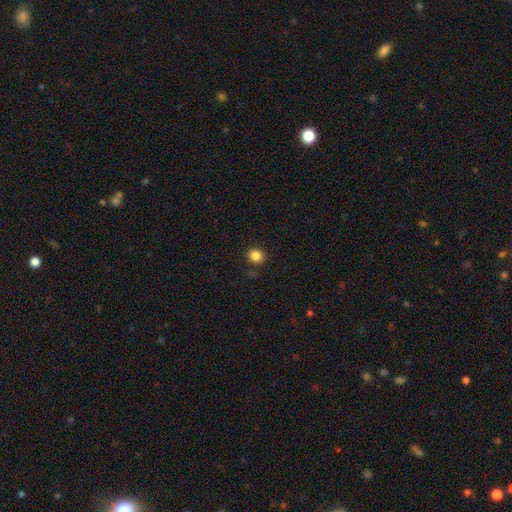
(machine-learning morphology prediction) Q: Smooth or featured?
A: smooth (85%); runner-up: star or artifact (11%)
Q: How rounded?
A: round (84%); runner-up: in between (15%)
Q: Merging?
A: none (89%); runner-up: minor disturbance (7%)